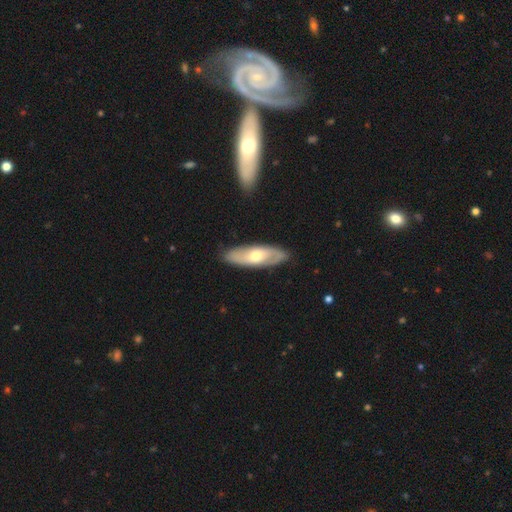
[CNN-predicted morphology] A featured or disk galaxy (50%).

Vote fractions:
- Smooth or featured? featured or disk: 50% / smooth: 45% / star or artifact: 5%
- Merging? none: 85% / minor disturbance: 11% / major disturbance: 2% / merger: 2%